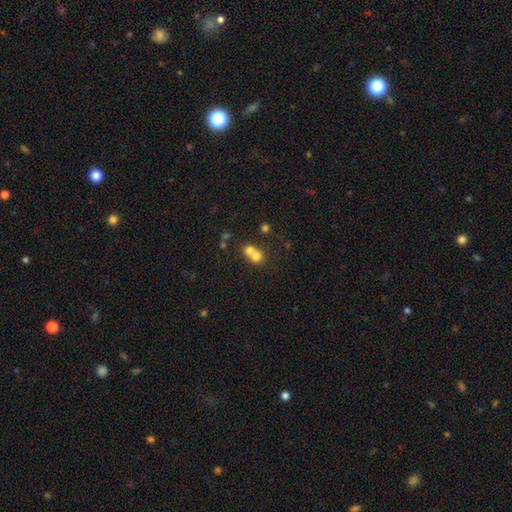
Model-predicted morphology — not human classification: Smooth or featured: smooth — 71% (featured or disk — 16%)
How rounded: round — 79% (in between — 20%)
Merging: merger — 63% (none — 30%)